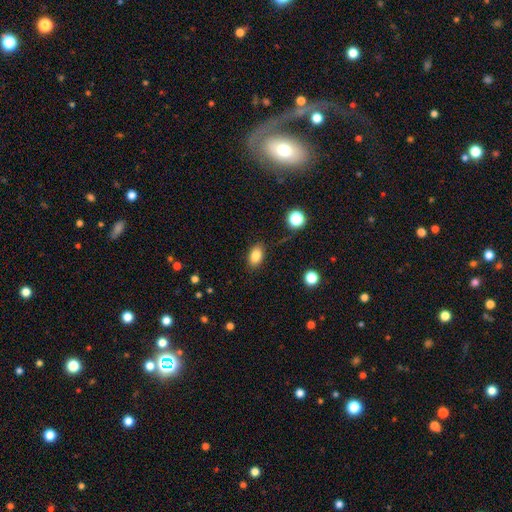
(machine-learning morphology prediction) The model was most divided on "how rounded": in between: 86%, round: 13%, cigar-shaped: 2%. More confident: merging — none (86%); smooth or featured — smooth (83%).